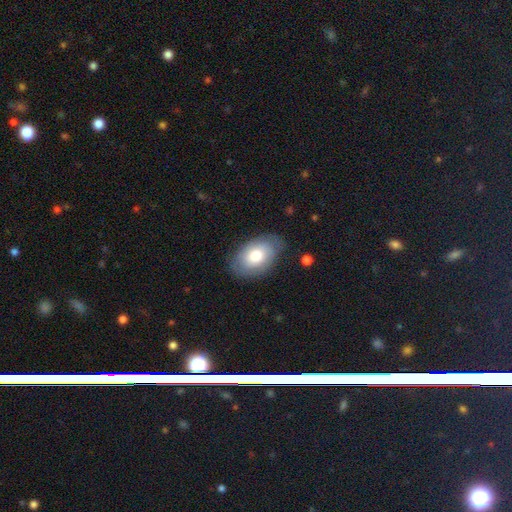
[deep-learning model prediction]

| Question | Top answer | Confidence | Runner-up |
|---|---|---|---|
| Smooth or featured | smooth | 72% | featured or disk (21%) |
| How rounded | in between | 89% | round (10%) |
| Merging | none | 74% | minor disturbance (19%) |